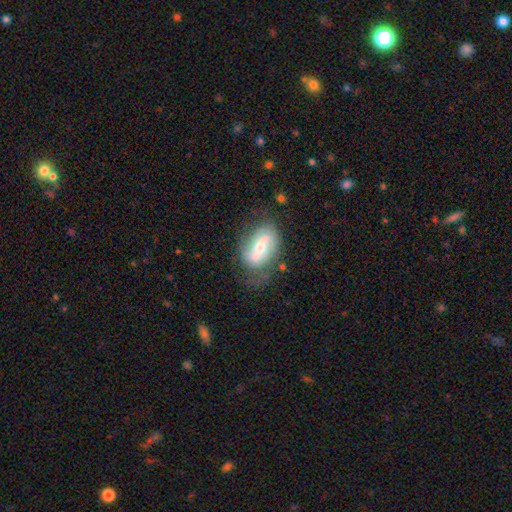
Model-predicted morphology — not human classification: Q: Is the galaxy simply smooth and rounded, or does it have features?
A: featured or disk — 68%.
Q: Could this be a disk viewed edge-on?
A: no — 94%.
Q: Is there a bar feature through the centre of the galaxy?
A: weak — 37%.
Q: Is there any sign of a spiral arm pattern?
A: yes — 82%.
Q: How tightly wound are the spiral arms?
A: loose — 51%.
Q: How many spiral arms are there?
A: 2 — 83%.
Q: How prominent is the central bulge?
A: moderate — 51%.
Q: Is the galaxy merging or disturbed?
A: none — 61%.